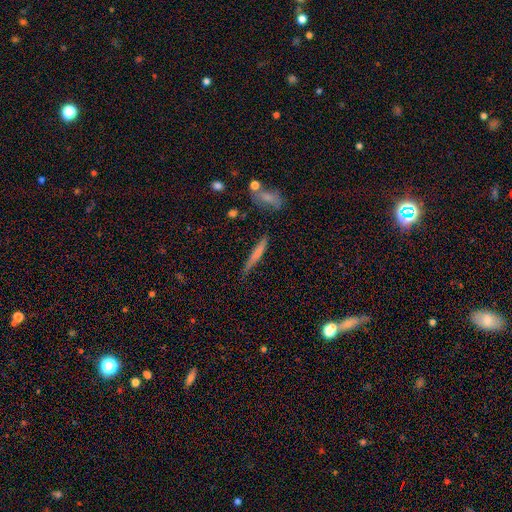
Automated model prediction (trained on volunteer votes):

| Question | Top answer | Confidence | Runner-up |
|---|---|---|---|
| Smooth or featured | smooth | 50% | featured or disk (40%) |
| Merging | none | 77% | minor disturbance (16%) |